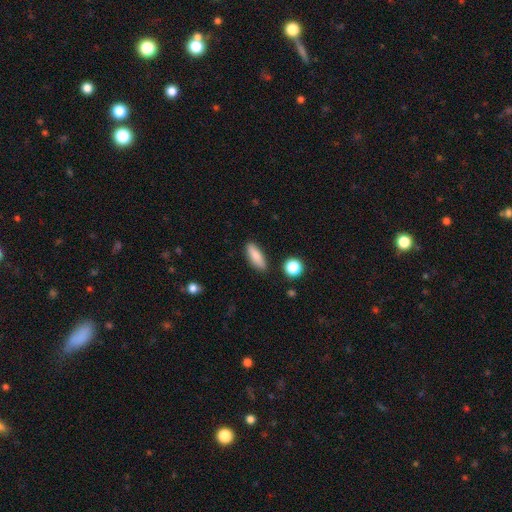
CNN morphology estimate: This is clearly a smooth galaxy (84%). How rounded: possibly in between (59%). Merging: clearly none (87%).